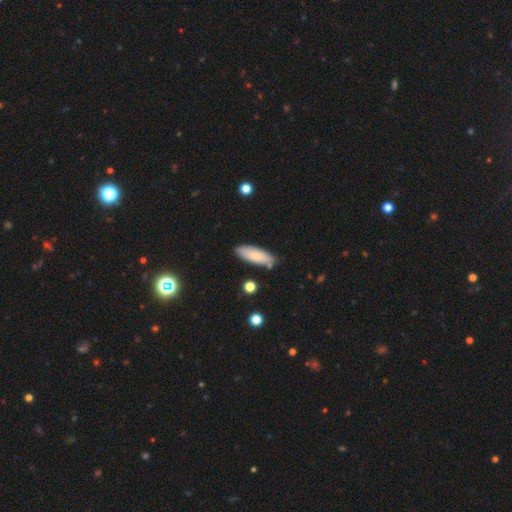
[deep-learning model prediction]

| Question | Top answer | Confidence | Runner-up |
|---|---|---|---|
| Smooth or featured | smooth | 78% | featured or disk (16%) |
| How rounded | in between | 62% | cigar-shaped (36%) |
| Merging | none | 79% | minor disturbance (15%) |